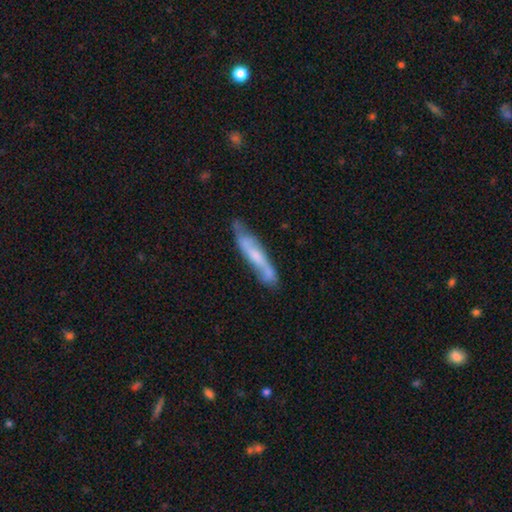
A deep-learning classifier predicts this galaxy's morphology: Overall: featured or disk (58%; smooth 36%). Edge-on disk: yes (52%; no 48%). Merging: none (65%).